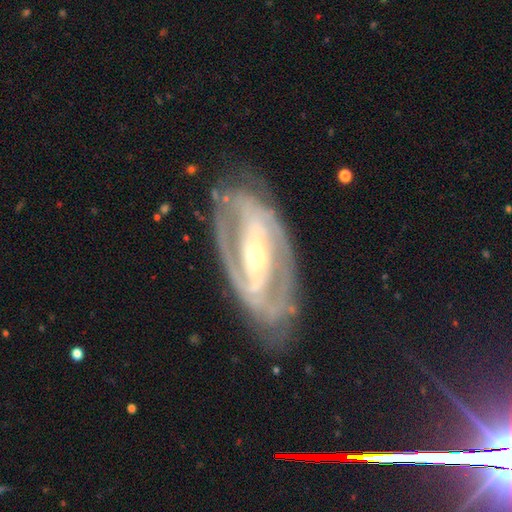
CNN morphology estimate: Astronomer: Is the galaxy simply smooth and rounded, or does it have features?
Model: featured or disk — 86%.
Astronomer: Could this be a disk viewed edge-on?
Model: no — 92%.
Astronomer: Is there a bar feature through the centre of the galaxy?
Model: strong — 50% (runner-up: weak, 28%).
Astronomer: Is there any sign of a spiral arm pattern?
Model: yes — 85%.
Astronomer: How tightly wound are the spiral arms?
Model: tight — 50% (runner-up: medium, 37%).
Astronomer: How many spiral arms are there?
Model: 2 — 70%.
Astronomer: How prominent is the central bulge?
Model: small — 48% (runner-up: moderate, 46%).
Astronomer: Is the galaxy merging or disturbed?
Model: none — 75%.